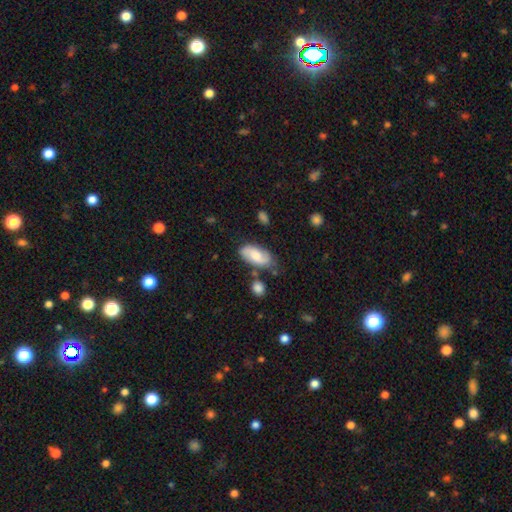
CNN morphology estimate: Q: Smooth or featured?
A: smooth (53%); runner-up: featured or disk (41%)
Q: How rounded?
A: in between (90%); runner-up: cigar-shaped (6%)
Q: Merging?
A: none (65%); runner-up: minor disturbance (22%)